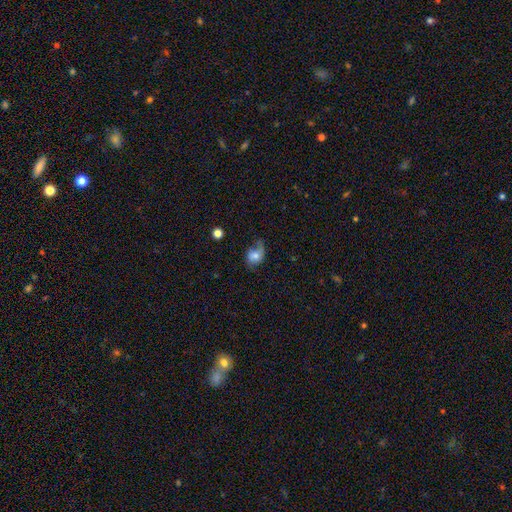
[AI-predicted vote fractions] Smooth or featured? smooth (57%)
How rounded? in between (58%)
Merging? none (43%)